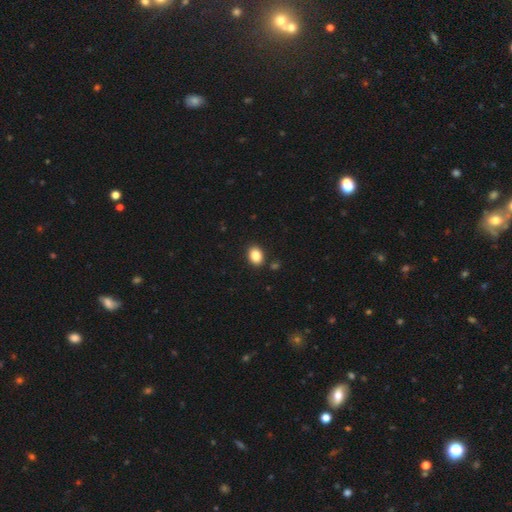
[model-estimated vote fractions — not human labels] smooth_or_featured: smooth (p=0.86) [alt: star or artifact p=0.09]
how_rounded: in between (p=0.66) [alt: round p=0.33]
merging: none (p=0.89) [alt: minor disturbance p=0.07]